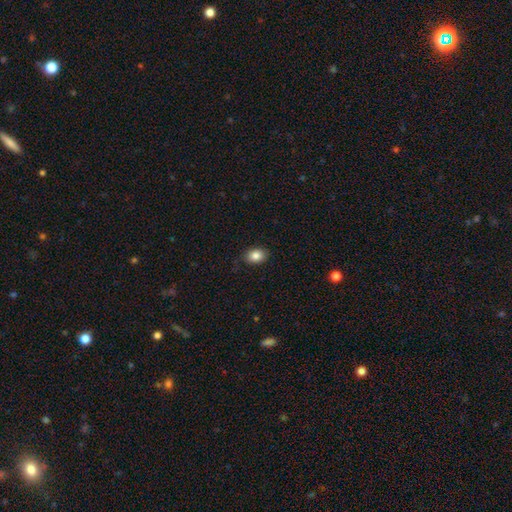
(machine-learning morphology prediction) Smooth or featured: smooth — 85% (star or artifact — 9%)
How rounded: in between — 74% (round — 25%)
Merging: none — 83% (minor disturbance — 13%)